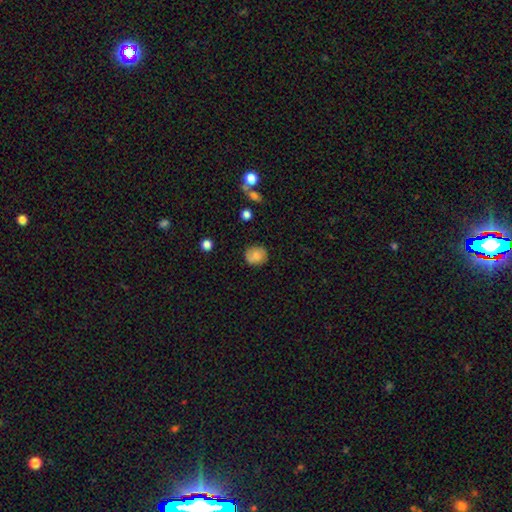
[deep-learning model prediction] Smooth or featured? smooth (73%)
How rounded? round (81%)
Merging? none (80%)